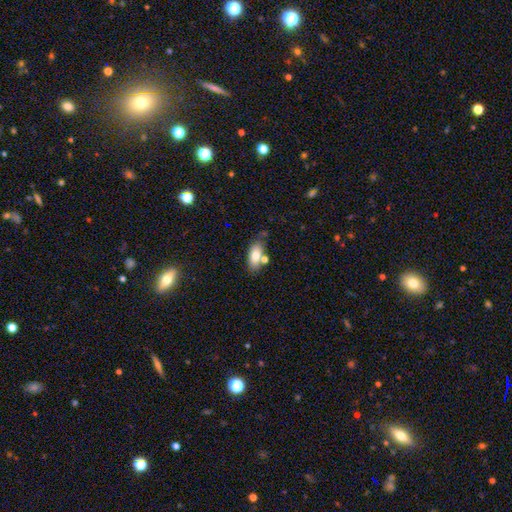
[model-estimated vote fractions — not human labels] This is likely a smooth galaxy (76%). How rounded: clearly in between (86%). Merging: likely none (62%).